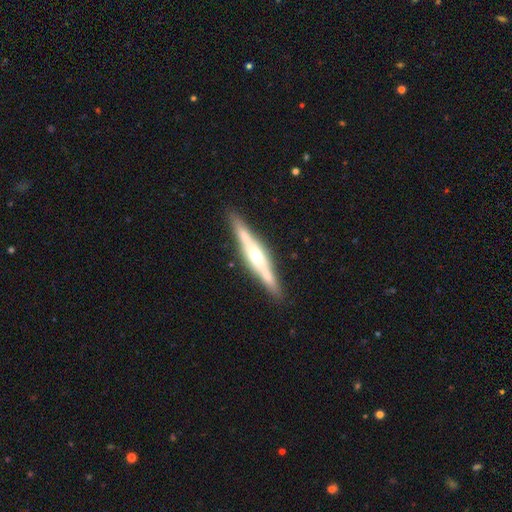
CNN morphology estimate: type=featured or disk (77%); edge-on=yes (96%); edge-on bulge=rounded (73%); merging=none (88%).